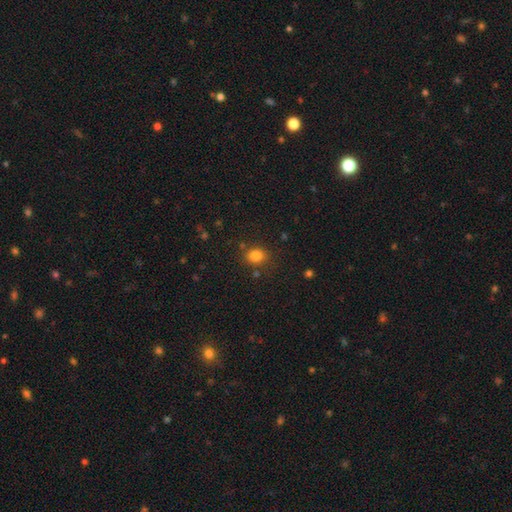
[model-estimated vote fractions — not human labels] A smooth galaxy with no disk features (83%) that is round (64%). Merging: none (80%).